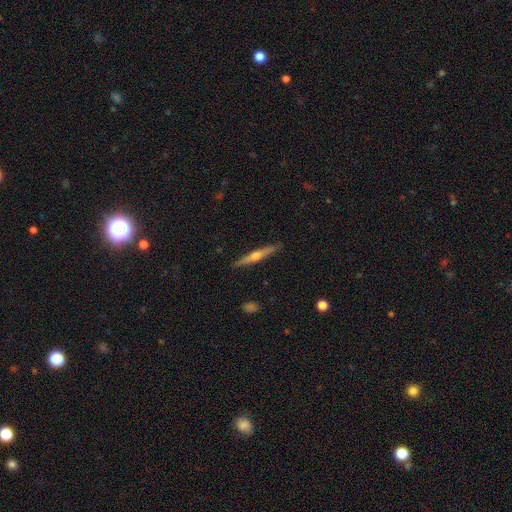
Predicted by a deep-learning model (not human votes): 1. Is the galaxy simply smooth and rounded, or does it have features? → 62% featured or disk, 33% smooth, 6% star or artifact.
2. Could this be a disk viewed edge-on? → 97% yes, 3% no.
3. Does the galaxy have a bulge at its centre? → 88% rounded, 9% none, 3% boxy.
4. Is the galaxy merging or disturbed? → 89% none, 8% minor disturbance, 2% major disturbance, 1% merger.